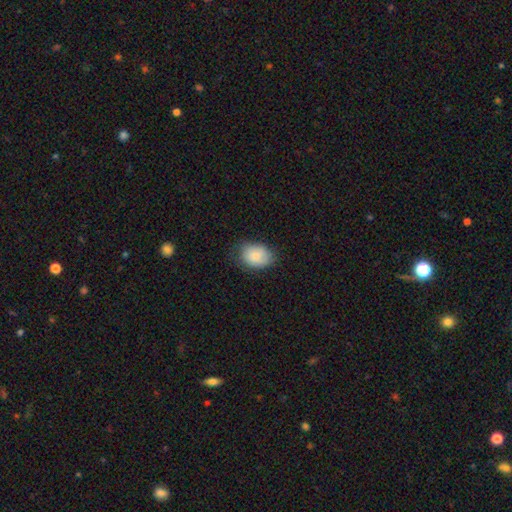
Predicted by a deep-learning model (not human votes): The model was most divided on "merging": none: 68%, minor disturbance: 25%, major disturbance: 6%, merger: 1%. More confident: smooth or featured — smooth (84%); how rounded — in between (75%).